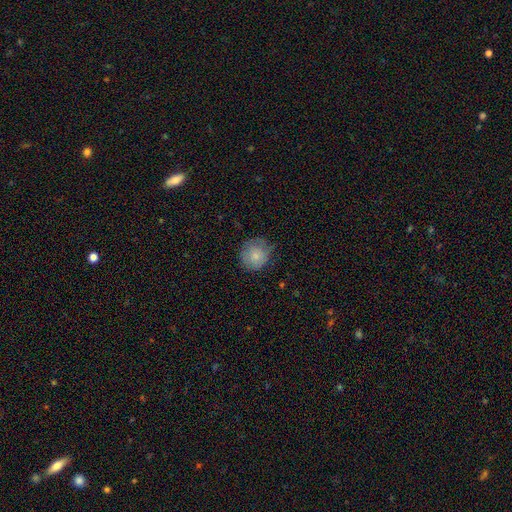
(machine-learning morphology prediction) smooth 80%, featured or disk 12%, star or artifact 8%. Down the decision tree: how rounded — round (89%); merging — none (65%).